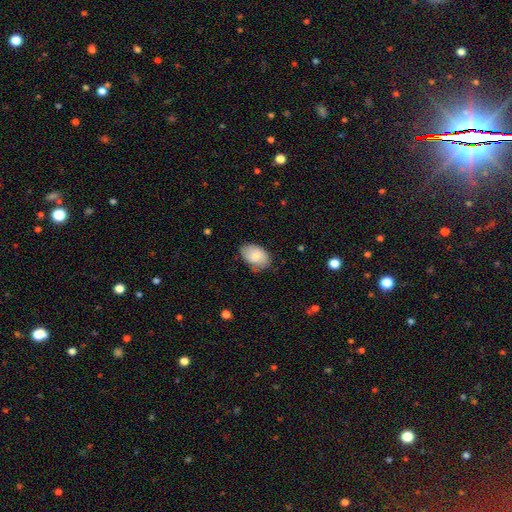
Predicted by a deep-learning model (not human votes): Smooth or featured?
  - smooth: 78% *
  - featured or disk: 16%
  - star or artifact: 7%
How rounded?
  - in between: 88% *
  - round: 11%
  - cigar-shaped: 1%
Merging?
  - none: 68% *
  - minor disturbance: 26%
  - major disturbance: 5%
  - merger: 2%